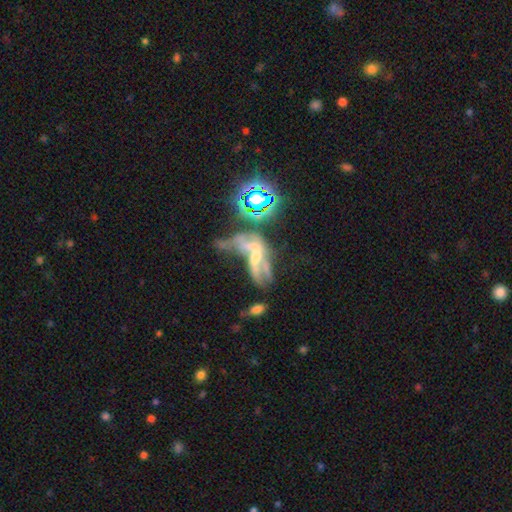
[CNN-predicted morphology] Smooth or featured? Predicted: featured or disk (p=0.54). Edge-on disk? Predicted: no (p=0.84). Merging? Predicted: merger (p=0.39).